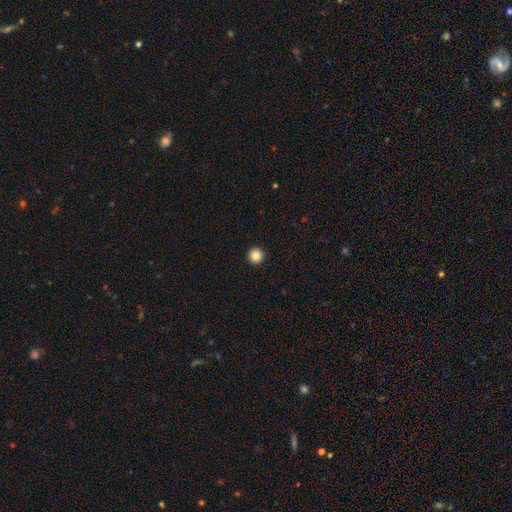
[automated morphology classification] Smooth or featured?
  - smooth: 87% *
  - star or artifact: 10%
  - featured or disk: 3%
How rounded?
  - round: 97% *
  - in between: 2%
  - cigar-shaped: 1%
Merging?
  - none: 94% *
  - minor disturbance: 4%
  - major disturbance: 1%
  - merger: 1%